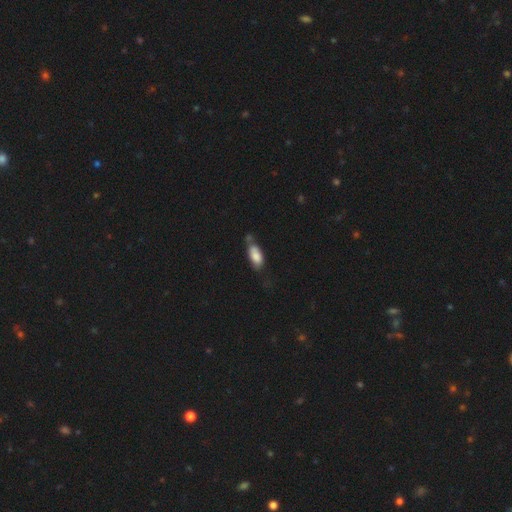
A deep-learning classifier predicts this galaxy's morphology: smooth 79%, featured or disk 13%, star or artifact 7%. Down the decision tree: how rounded — in between (85%); merging — none (40%).